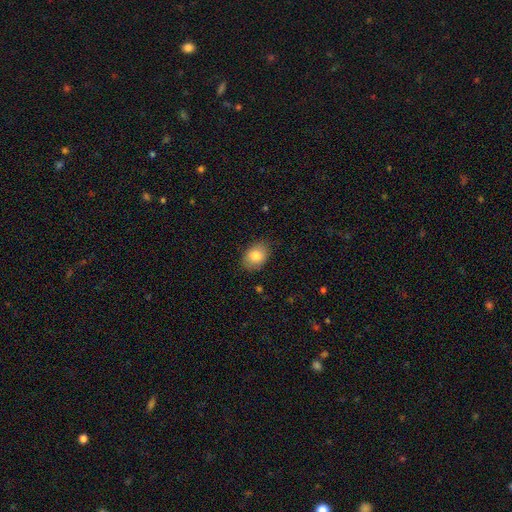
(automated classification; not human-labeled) Overall: smooth (83%). How rounded: in between (76%). Merging: none (84%).